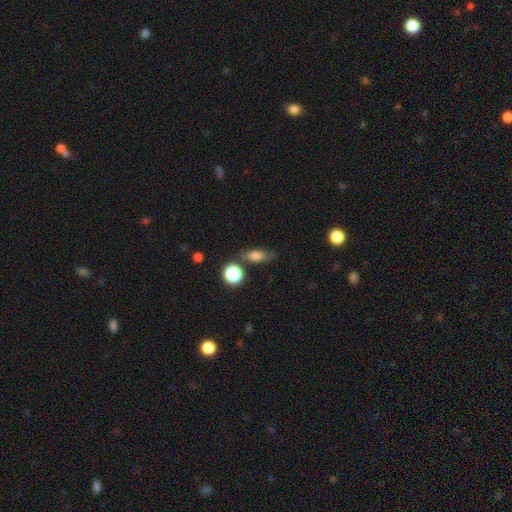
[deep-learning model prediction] Smooth or featured: smooth — 73% (featured or disk — 13%)
How rounded: in between — 72% (round — 17%)
Merging: none — 62% (minor disturbance — 23%)